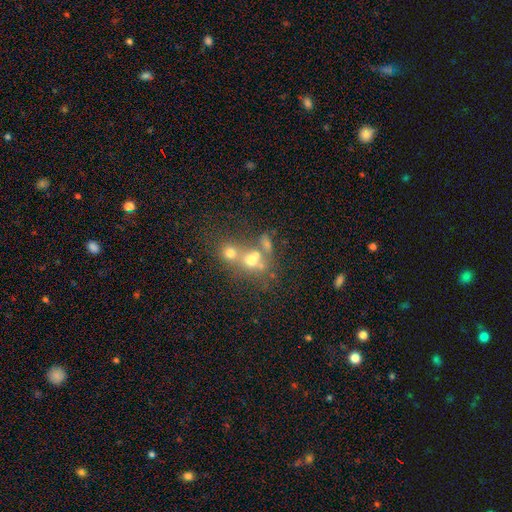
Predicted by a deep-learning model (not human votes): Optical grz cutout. It shows a smooth galaxy with no disk features (52%) that is round (68%). Merging: merger (54%).